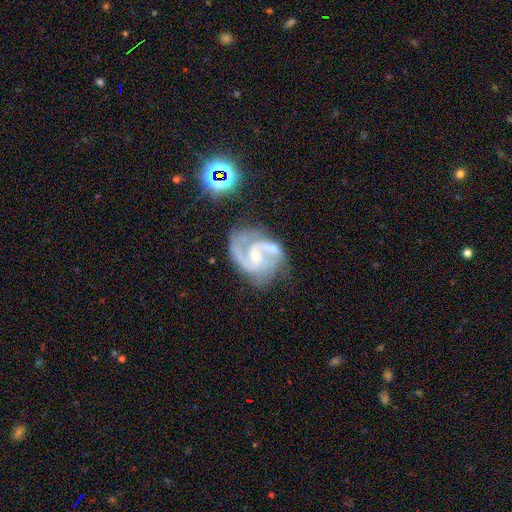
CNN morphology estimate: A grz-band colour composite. It shows a featured or disk galaxy (90%) with a weak bar (49%), 2 (79%) medium (60%) spiral arms (98%) and a small central bulge (60%). Merging: none (55%).